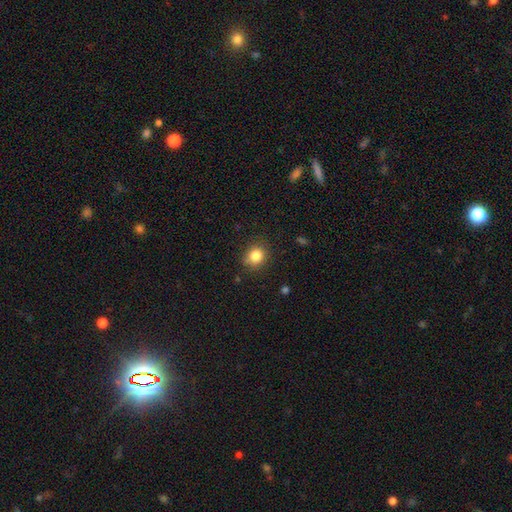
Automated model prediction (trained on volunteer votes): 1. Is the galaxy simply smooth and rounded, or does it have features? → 82% smooth, 12% star or artifact, 6% featured or disk.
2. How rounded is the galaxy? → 80% round, 19% in between, 1% cigar-shaped.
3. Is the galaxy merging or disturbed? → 83% none, 12% minor disturbance, 3% major disturbance, 2% merger.